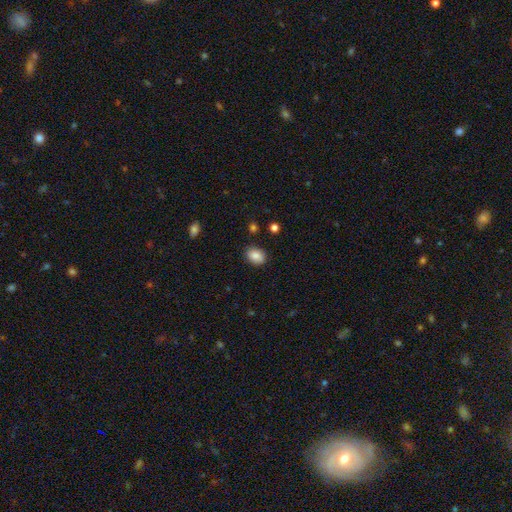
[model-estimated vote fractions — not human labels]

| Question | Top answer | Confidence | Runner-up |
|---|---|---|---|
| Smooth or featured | smooth | 85% | star or artifact (8%) |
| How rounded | in between | 64% | round (35%) |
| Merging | none | 84% | minor disturbance (12%) |